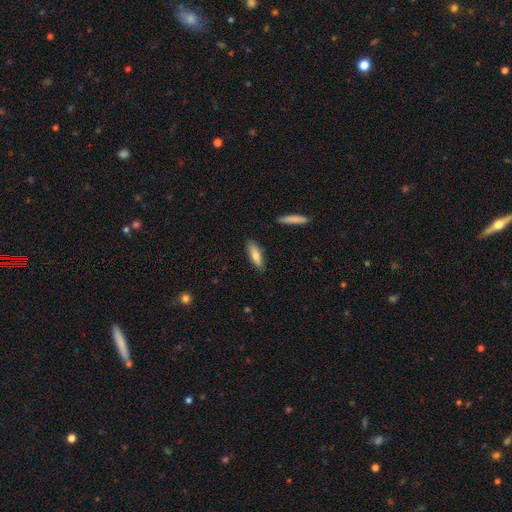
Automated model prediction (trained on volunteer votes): Smooth or featured?
  - smooth: 76% *
  - featured or disk: 17%
  - star or artifact: 6%
How rounded?
  - cigar-shaped: 55% *
  - in between: 43%
  - round: 2%
Merging?
  - none: 85% *
  - minor disturbance: 11%
  - major disturbance: 2%
  - merger: 2%